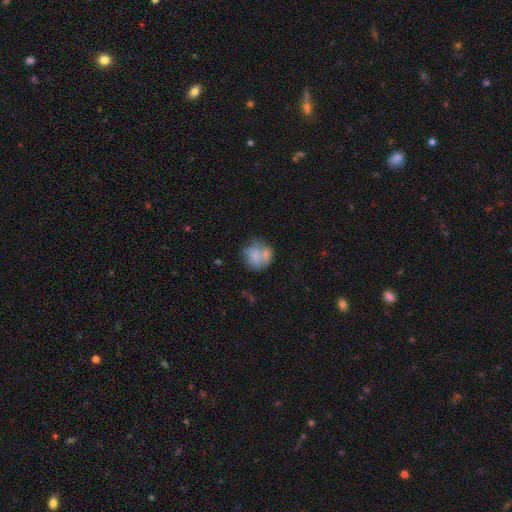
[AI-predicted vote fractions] A smooth galaxy with no disk features (63%) that is round (72%).

Vote fractions:
- Smooth or featured? smooth: 63% / featured or disk: 29% / star or artifact: 8%
- How rounded? round: 72% / in between: 27% / cigar-shaped: 1%
- Merging? merger: 40% / none: 31% / minor disturbance: 17% / major disturbance: 12%